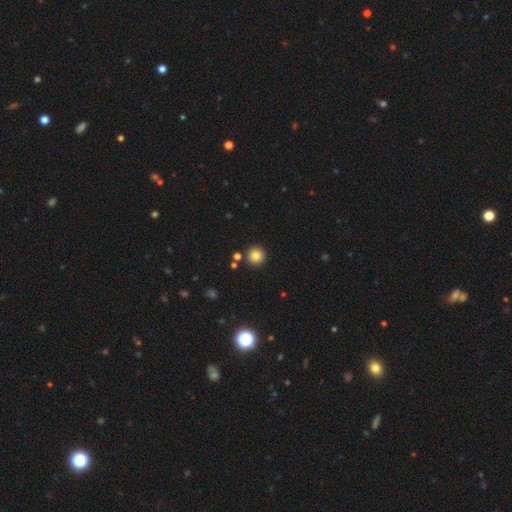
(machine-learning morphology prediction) smooth_or_featured: smooth (p=0.83) [alt: star or artifact p=0.12]
how_rounded: round (p=0.95) [alt: in between p=0.04]
merging: none (p=0.88) [alt: minor disturbance p=0.06]